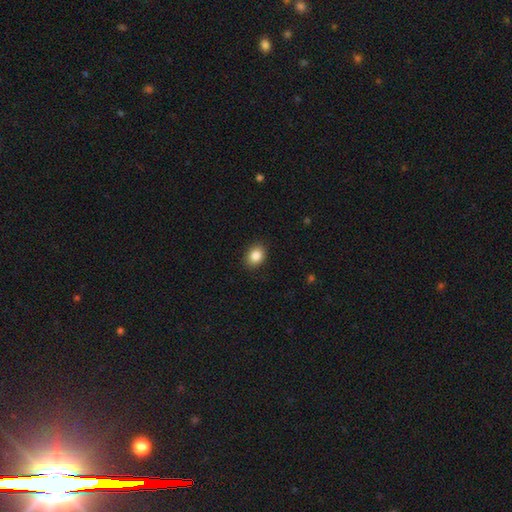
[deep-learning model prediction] The model was most divided on "how rounded": in between: 60%, round: 40%, cigar-shaped: 1%. More confident: merging — none (89%); smooth or featured — smooth (86%).